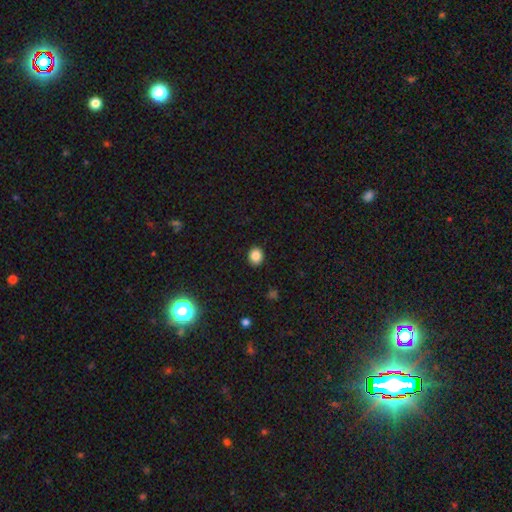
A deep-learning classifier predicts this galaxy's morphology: smooth-or-featured: smooth: 86% | star or artifact: 10% | featured or disk: 4%
  how-rounded: round: 72% | in between: 27% | cigar-shaped: 1%
  merging: none: 91% | minor disturbance: 6% | major disturbance: 2% | merger: 1%